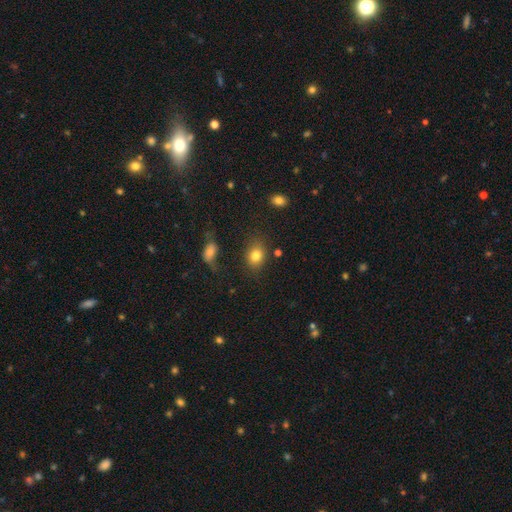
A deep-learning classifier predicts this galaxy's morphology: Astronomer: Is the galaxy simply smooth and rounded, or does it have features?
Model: smooth — 81%.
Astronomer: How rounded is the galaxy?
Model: in between — 61% (runner-up: round, 37%).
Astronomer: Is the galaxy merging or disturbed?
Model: none — 74%.